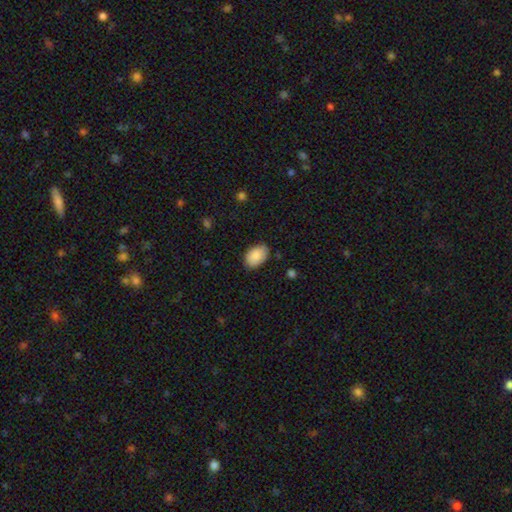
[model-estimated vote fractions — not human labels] The model was most divided on "merging": none: 83%, minor disturbance: 13%, major disturbance: 2%, merger: 1%. More confident: how rounded — in between (90%); smooth or featured — smooth (89%).